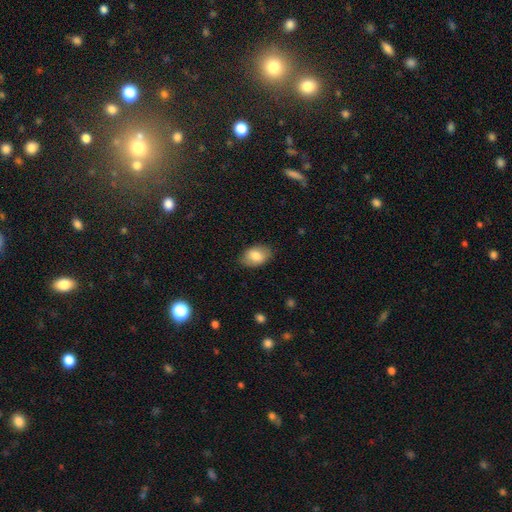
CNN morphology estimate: smooth-or-featured: smooth: 80% | featured or disk: 13% | star or artifact: 7%
  how-rounded: in between: 88% | round: 11% | cigar-shaped: 1%
  merging: none: 82% | minor disturbance: 14% | major disturbance: 3% | merger: 1%